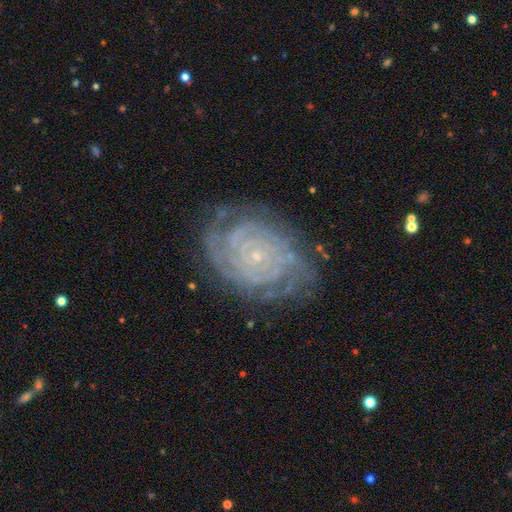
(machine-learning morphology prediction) Smooth or featured?
  - featured or disk: 87% *
  - star or artifact: 7%
  - smooth: 6%
Edge-on disk?
  - no: 97% *
  - yes: 3%
Bar?
  - no: 82% *
  - weak: 13%
  - strong: 5%
Spiral arms?
  - yes: 97% *
  - no: 3%
Spiral winding?
  - tight: 85% *
  - medium: 13%
  - loose: 2%
Spiral arm count?
  - can't tell: 25% *
  - 4: 20%
  - 2: 16%
  - more than 4: 16%
  - 3: 15%
  - 1: 8%
Bulge size?
  - small: 89% *
  - moderate: 7%
  - none: 2%
  - large: 1%
  - dominant: 1%
Merging?
  - none: 77% *
  - minor disturbance: 16%
  - major disturbance: 5%
  - merger: 1%